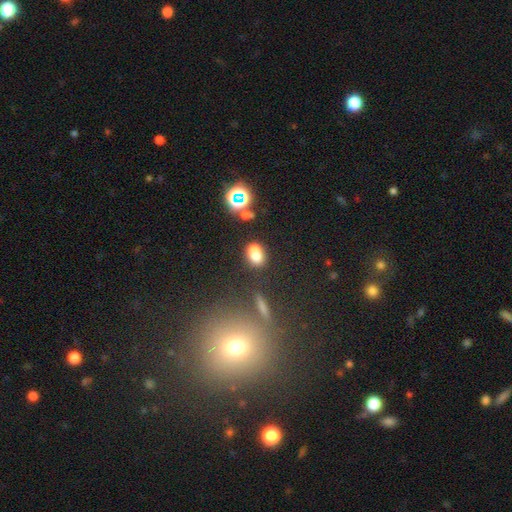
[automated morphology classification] Smooth or featured: smooth — 68% (featured or disk — 17%)
How rounded: in between — 57% (round — 41%)
Merging: merger — 51% (none — 35%)